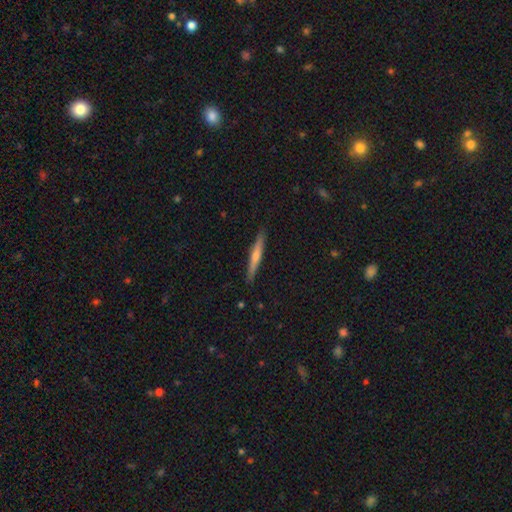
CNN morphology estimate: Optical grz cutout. It shows a featured or disk galaxy (65%) viewed edge-on (98%) with a rounded central bulge (75%). Merging: none (91%).